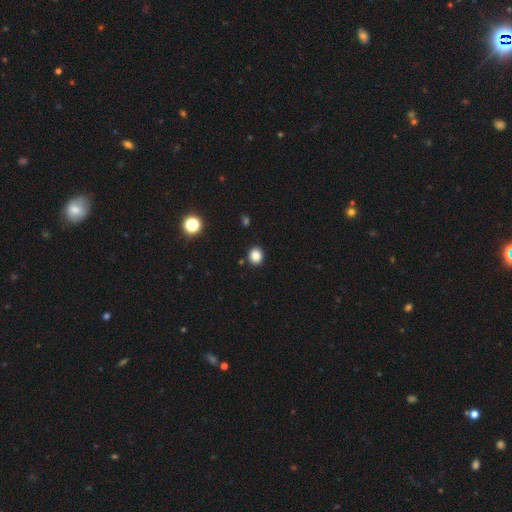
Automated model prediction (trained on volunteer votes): smooth 85%, star or artifact 11%, featured or disk 4%. Down the decision tree: how rounded — round (72%); merging — none (90%).